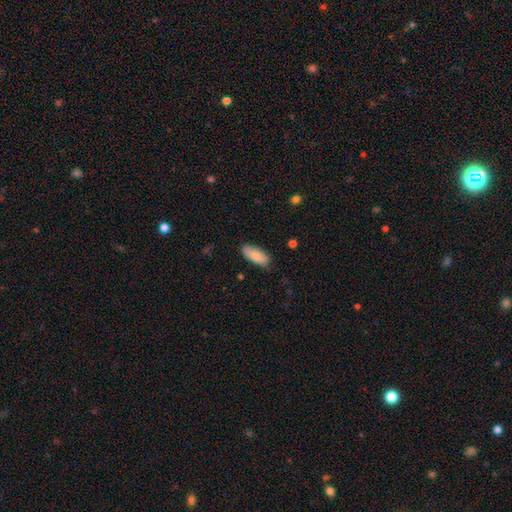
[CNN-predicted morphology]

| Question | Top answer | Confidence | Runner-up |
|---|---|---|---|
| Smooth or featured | smooth | 87% | featured or disk (7%) |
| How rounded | in between | 82% | cigar-shaped (17%) |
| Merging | none | 81% | minor disturbance (15%) |